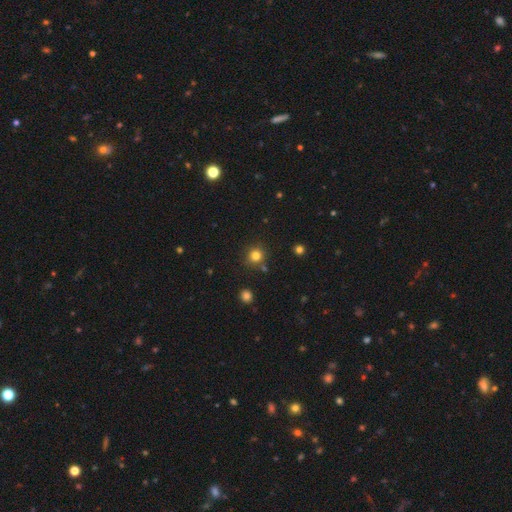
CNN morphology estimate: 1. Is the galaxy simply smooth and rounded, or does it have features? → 80% smooth, 14% star or artifact, 6% featured or disk.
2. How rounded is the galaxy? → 92% round, 7% in between, 1% cigar-shaped.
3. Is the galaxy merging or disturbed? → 84% none, 8% minor disturbance, 5% merger, 3% major disturbance.